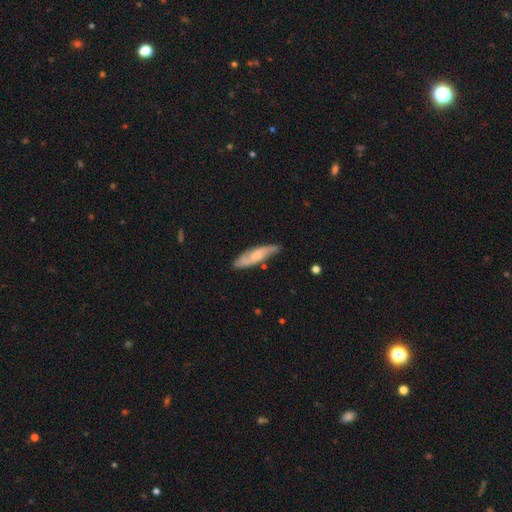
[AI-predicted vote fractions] featured or disk 57%, smooth 37%, star or artifact 6%. Down the decision tree: edge-on disk — no (70%); merging — none (72%).